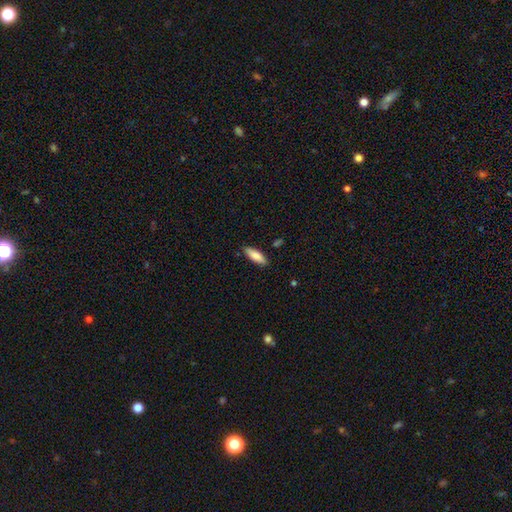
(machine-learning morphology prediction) Q: Smooth or featured?
A: smooth (83%); runner-up: featured or disk (11%)
Q: How rounded?
A: in between (56%); runner-up: cigar-shaped (42%)
Q: Merging?
A: none (86%); runner-up: minor disturbance (11%)